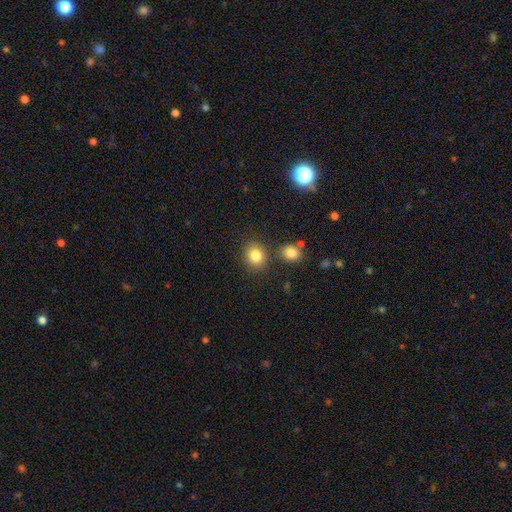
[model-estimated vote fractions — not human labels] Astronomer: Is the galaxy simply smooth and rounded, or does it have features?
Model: smooth — 83%.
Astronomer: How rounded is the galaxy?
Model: round — 70%.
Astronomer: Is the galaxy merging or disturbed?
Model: none — 78%.